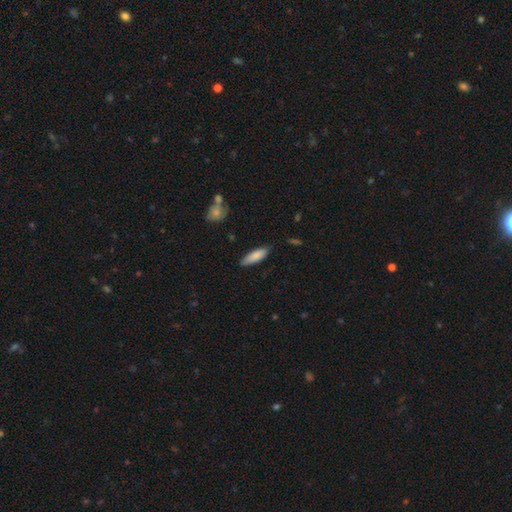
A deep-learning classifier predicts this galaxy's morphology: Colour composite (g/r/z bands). It shows a smooth galaxy with no disk features (84%) that is in between round and cigar-shaped (51%). Merging: none (79%).